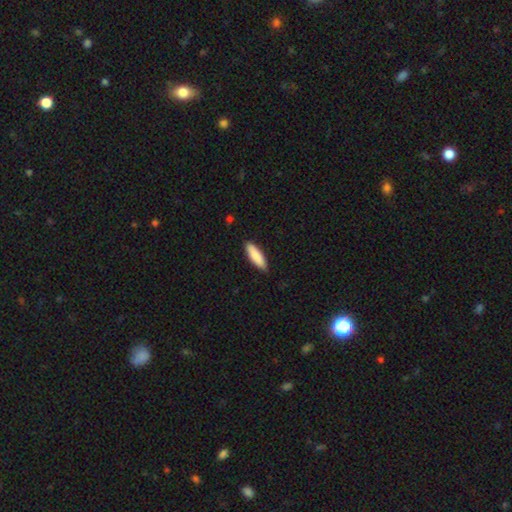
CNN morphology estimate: Q: Smooth or featured?
A: smooth (87%); runner-up: featured or disk (8%)
Q: How rounded?
A: cigar-shaped (56%); runner-up: in between (42%)
Q: Merging?
A: none (87%); runner-up: minor disturbance (10%)